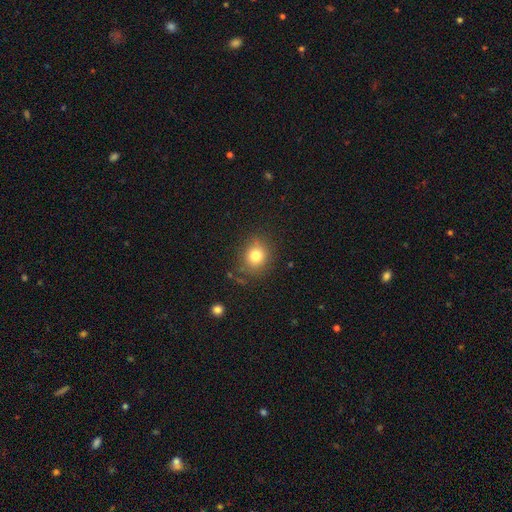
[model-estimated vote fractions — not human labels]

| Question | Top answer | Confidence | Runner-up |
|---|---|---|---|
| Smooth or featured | smooth | 79% | star or artifact (12%) |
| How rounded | round | 77% | in between (22%) |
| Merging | none | 82% | minor disturbance (12%) |